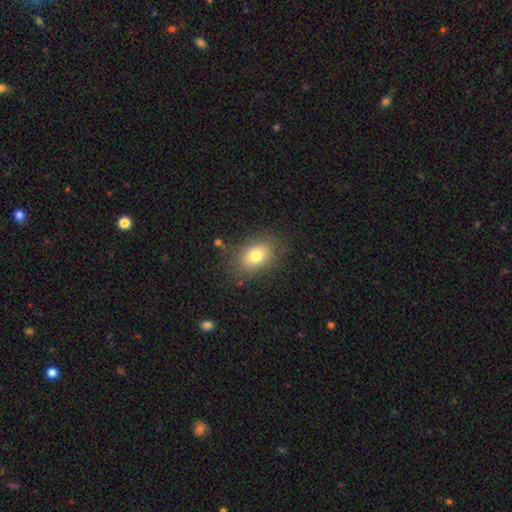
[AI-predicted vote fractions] Smooth or featured? Predicted: smooth (p=0.78). How rounded? Predicted: in between (p=0.75). Merging? Predicted: none (p=0.80).